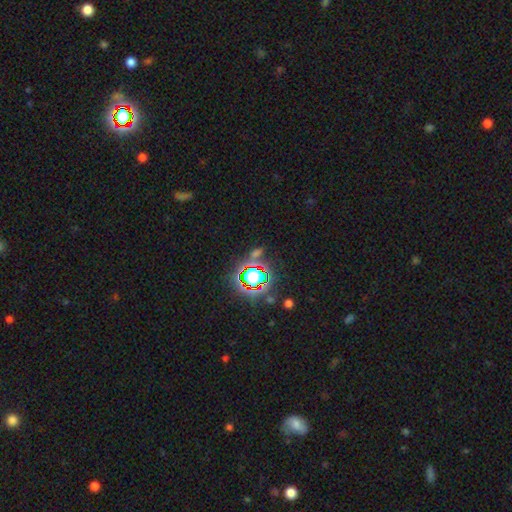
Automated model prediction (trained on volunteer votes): Q: Smooth or featured?
A: star or artifact (75%); runner-up: smooth (16%)